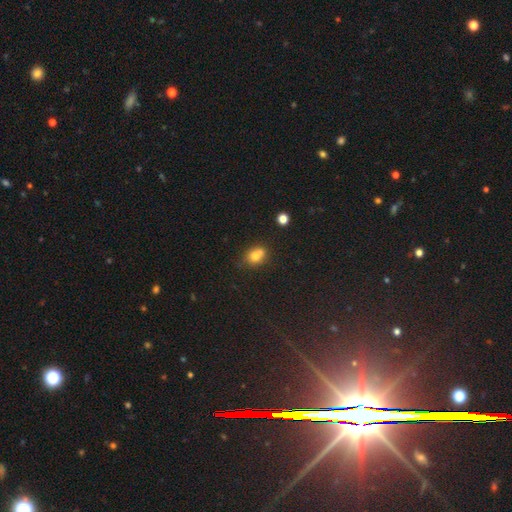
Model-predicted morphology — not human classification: Overall: smooth (73%). How rounded: round (51%; in between 47%). Merging: none (45%; merger 36%).